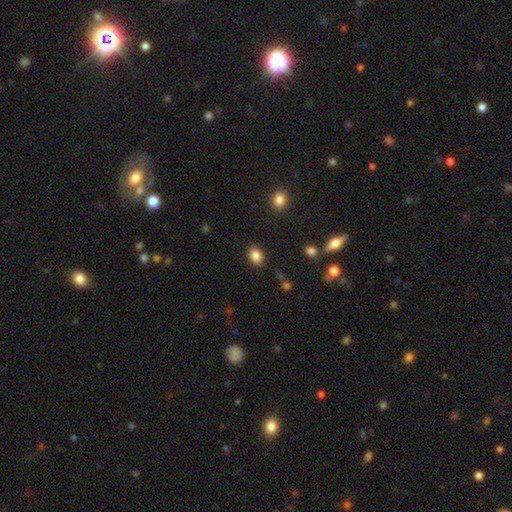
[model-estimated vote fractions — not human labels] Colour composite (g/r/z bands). It shows a smooth galaxy with no disk features (85%) that is in between round and cigar-shaped (77%). Merging: none (85%).